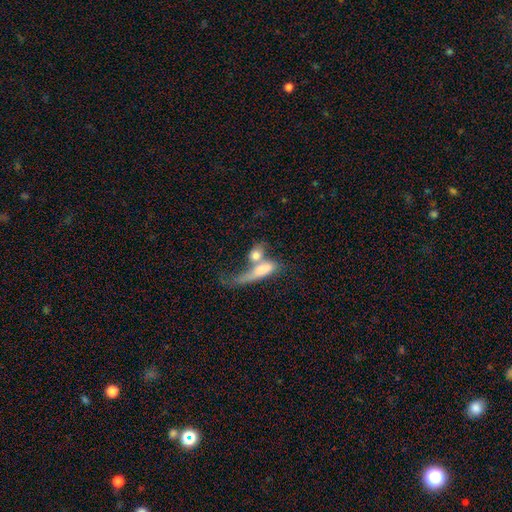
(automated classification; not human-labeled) Overall: smooth (63%; featured or disk 29%). How rounded: in between (55%; cigar-shaped 27%). Merging: merger (63%).